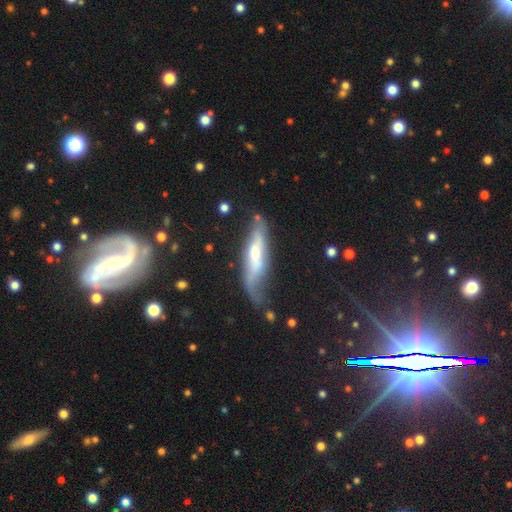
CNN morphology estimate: smooth_or_featured: featured or disk (p=0.61) [alt: smooth p=0.31]
disk_edge_on: yes (p=0.50) [tied with: no p=0.50]
merging: none (p=0.56) [alt: minor disturbance p=0.28]